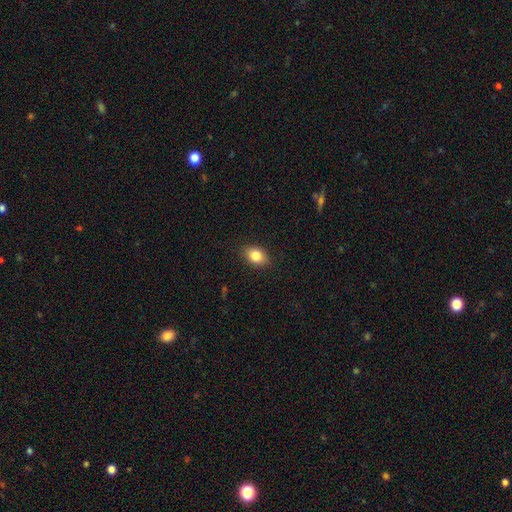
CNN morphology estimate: Smooth or featured?
  - smooth: 82% *
  - star or artifact: 9%
  - featured or disk: 9%
How rounded?
  - in between: 72% *
  - round: 26%
  - cigar-shaped: 2%
Merging?
  - none: 86% *
  - minor disturbance: 10%
  - major disturbance: 2%
  - merger: 1%